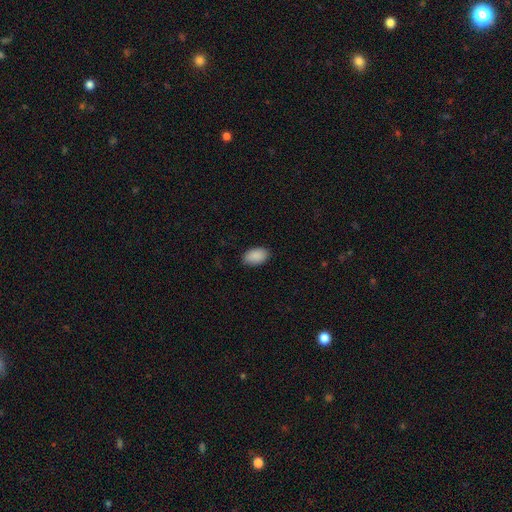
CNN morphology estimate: smooth 90%, star or artifact 7%, featured or disk 3%. Down the decision tree: how rounded — in between (93%); merging — none (86%).